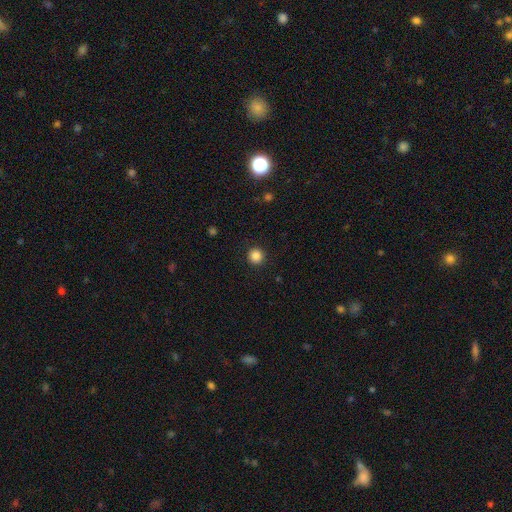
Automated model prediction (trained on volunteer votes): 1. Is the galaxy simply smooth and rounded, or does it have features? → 86% smooth, 11% star or artifact, 3% featured or disk.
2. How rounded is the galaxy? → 95% round, 4% in between, 1% cigar-shaped.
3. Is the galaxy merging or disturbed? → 92% none, 5% minor disturbance, 2% major disturbance, 1% merger.